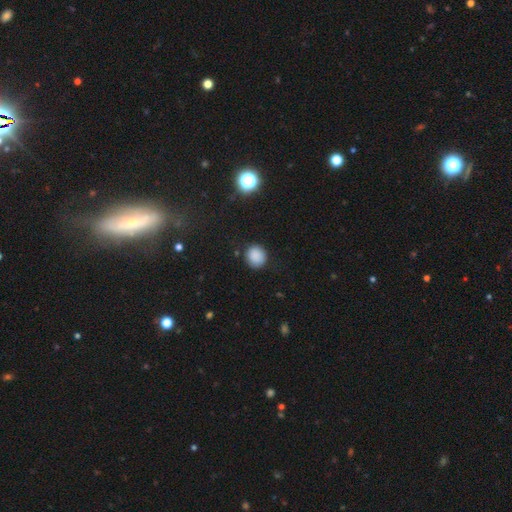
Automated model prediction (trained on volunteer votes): smooth 86%, star or artifact 10%, featured or disk 4%. Down the decision tree: how rounded — round (85%); merging — none (85%).